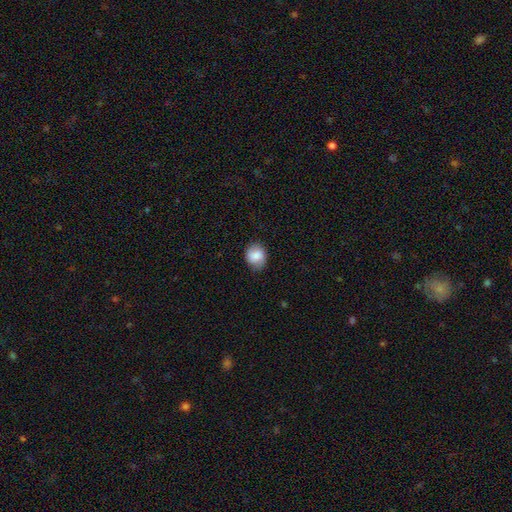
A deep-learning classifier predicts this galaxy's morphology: Smooth or featured?
  - smooth: 76% *
  - featured or disk: 16%
  - star or artifact: 8%
How rounded?
  - round: 61% *
  - in between: 38%
  - cigar-shaped: 1%
Merging?
  - none: 77% *
  - minor disturbance: 17%
  - major disturbance: 4%
  - merger: 1%